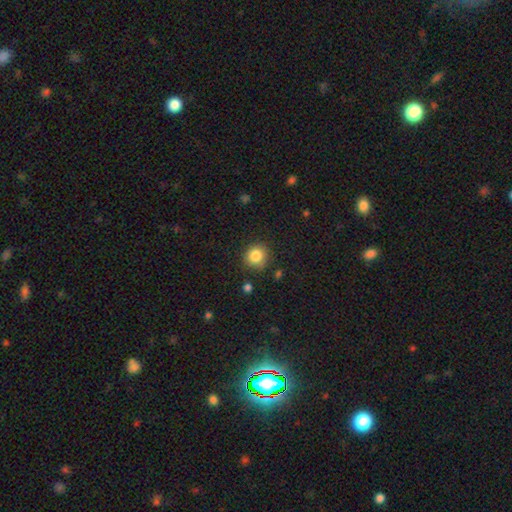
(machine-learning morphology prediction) Smooth or featured: smooth — 85% (star or artifact — 10%)
How rounded: round — 87% (in between — 12%)
Merging: none — 84% (minor disturbance — 11%)